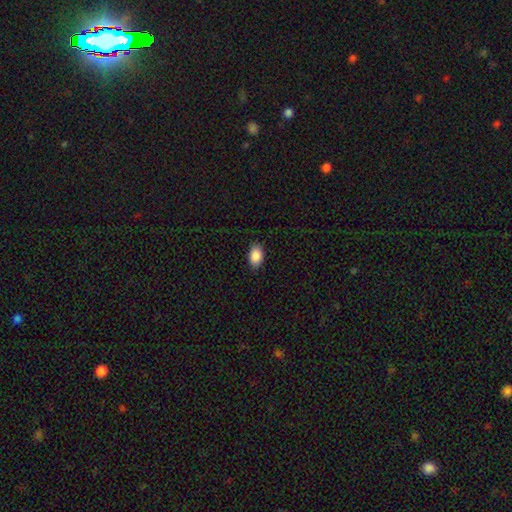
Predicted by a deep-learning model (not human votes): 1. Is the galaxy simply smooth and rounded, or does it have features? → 90% smooth, 7% star or artifact, 3% featured or disk.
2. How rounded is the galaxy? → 91% in between, 7% round, 1% cigar-shaped.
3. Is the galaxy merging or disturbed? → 87% none, 10% minor disturbance, 2% major disturbance, 1% merger.